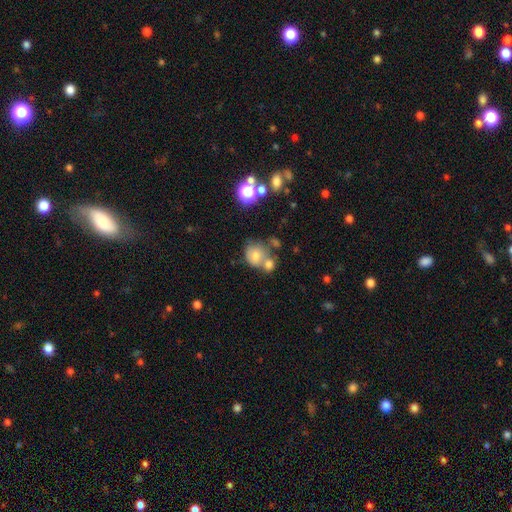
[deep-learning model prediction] Q: Smooth or featured?
A: smooth (67%); runner-up: featured or disk (20%)
Q: How rounded?
A: round (66%); runner-up: in between (33%)
Q: Merging?
A: merger (45%); runner-up: none (34%)